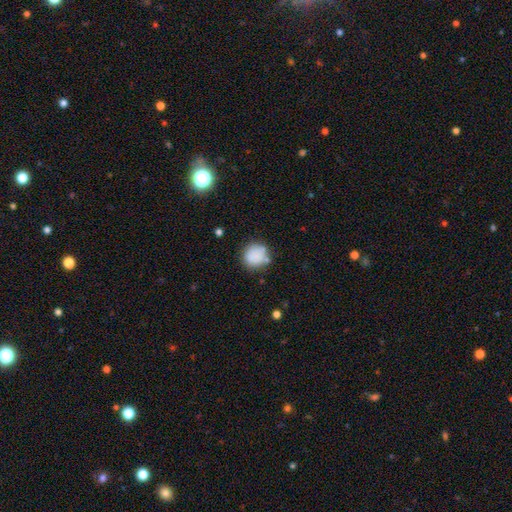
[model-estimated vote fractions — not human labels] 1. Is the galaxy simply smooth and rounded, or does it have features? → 84% smooth, 9% star or artifact, 7% featured or disk.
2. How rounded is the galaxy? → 86% round, 13% in between, 1% cigar-shaped.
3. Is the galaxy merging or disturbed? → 72% none, 15% minor disturbance, 7% merger, 5% major disturbance.